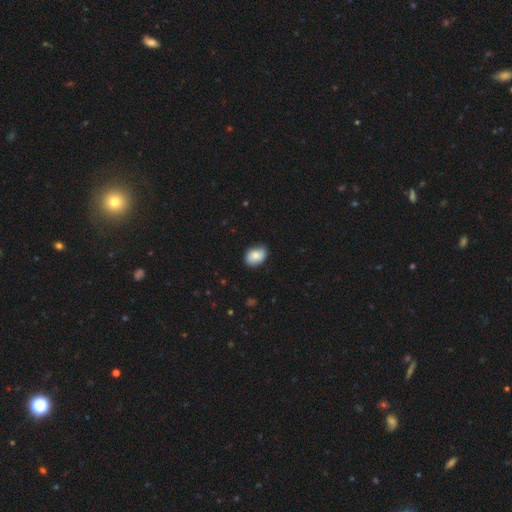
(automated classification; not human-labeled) Smooth or featured?
  - smooth: 79% *
  - featured or disk: 14%
  - star or artifact: 7%
How rounded?
  - in between: 74% *
  - round: 25%
  - cigar-shaped: 1%
Merging?
  - none: 75% *
  - minor disturbance: 20%
  - major disturbance: 3%
  - merger: 1%